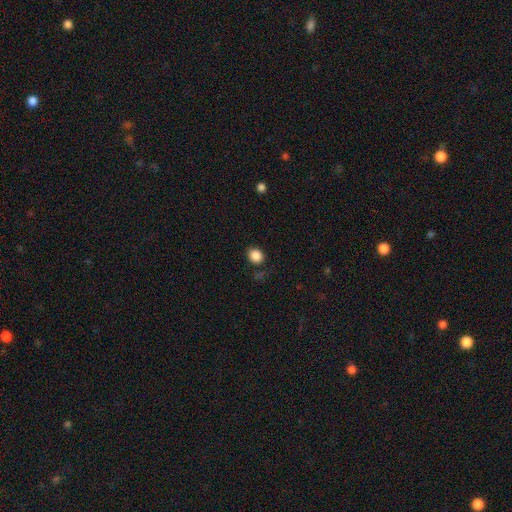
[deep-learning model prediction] A smooth galaxy with no disk features (87%) that is round (70%).

Vote fractions:
- Smooth or featured? smooth: 87% / star or artifact: 10% / featured or disk: 3%
- How rounded? round: 70% / in between: 29% / cigar-shaped: 1%
- Merging? none: 84% / minor disturbance: 10% / major disturbance: 3% / merger: 3%